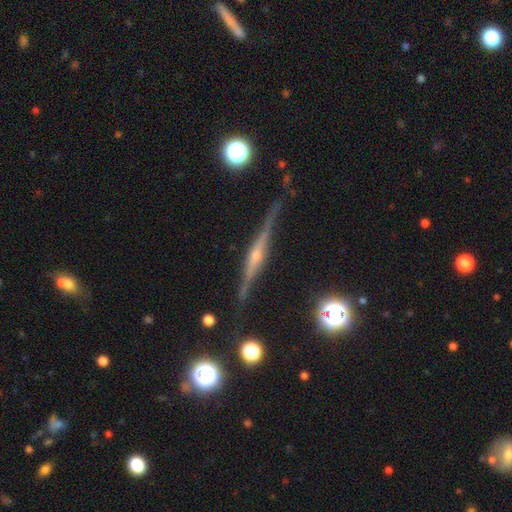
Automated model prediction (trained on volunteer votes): A featured or disk galaxy (81%) viewed edge-on (98%) with a rounded central bulge (76%). Merging: none (86%).